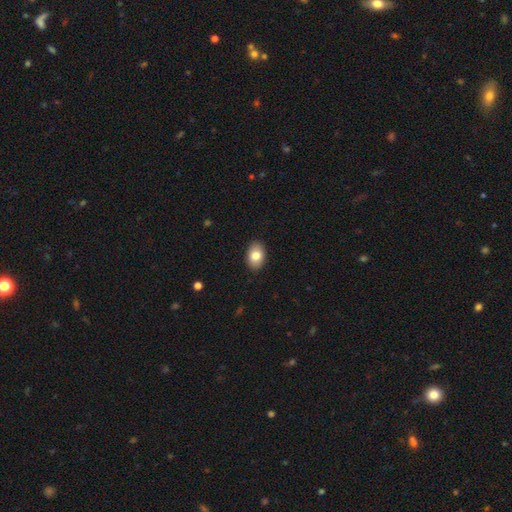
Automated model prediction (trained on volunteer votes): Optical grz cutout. It shows a smooth galaxy with no disk features (82%) that is in between round and cigar-shaped (84%). Merging: none (89%).